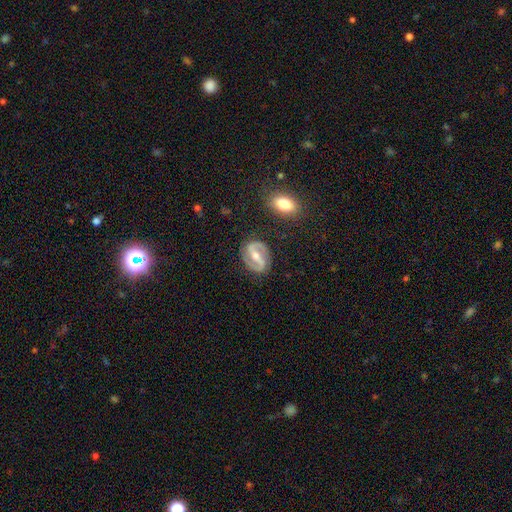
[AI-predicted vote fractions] smooth_or_featured: featured or disk (p=0.88) [alt: smooth p=0.07]
disk_edge_on: no (p=0.97) [alt: yes p=0.03]
bar: strong (p=0.53) [alt: weak p=0.32]
has_spiral_arms: yes (p=0.95) [alt: no p=0.05]
spiral_winding: medium (p=0.53) [alt: tight p=0.25]
spiral_arm_count: 2 (p=0.94) [alt: can't tell p=0.02]
bulge_size: moderate (p=0.56) [alt: small p=0.38]
merging: none (p=0.85) [alt: minor disturbance p=0.10]